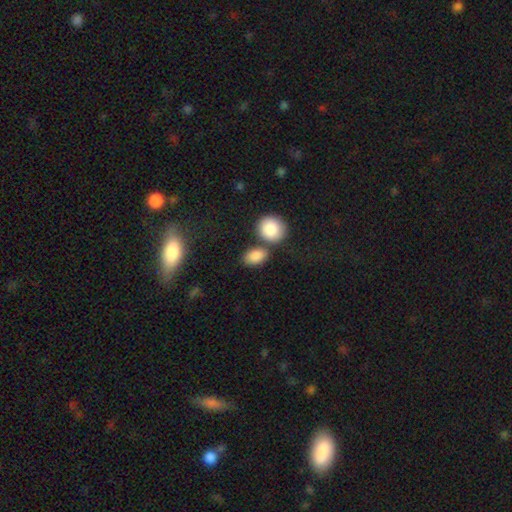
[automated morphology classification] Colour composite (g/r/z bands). It shows a smooth galaxy with no disk features (86%) that is in between round and cigar-shaped (77%). Merging: none (63%).